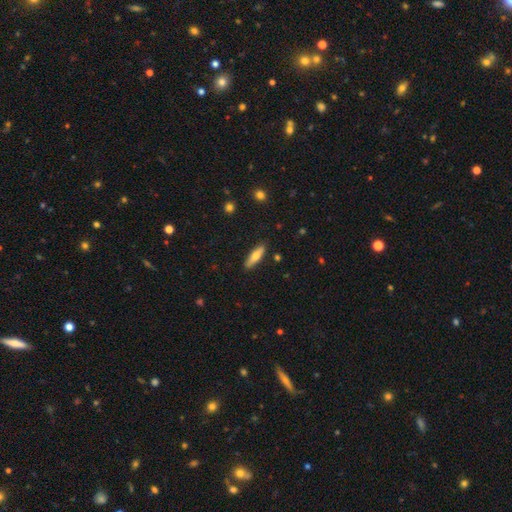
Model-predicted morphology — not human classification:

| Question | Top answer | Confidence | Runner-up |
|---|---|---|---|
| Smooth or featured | smooth | 61% | featured or disk (33%) |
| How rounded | cigar-shaped | 69% | in between (29%) |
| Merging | none | 88% | minor disturbance (9%) |